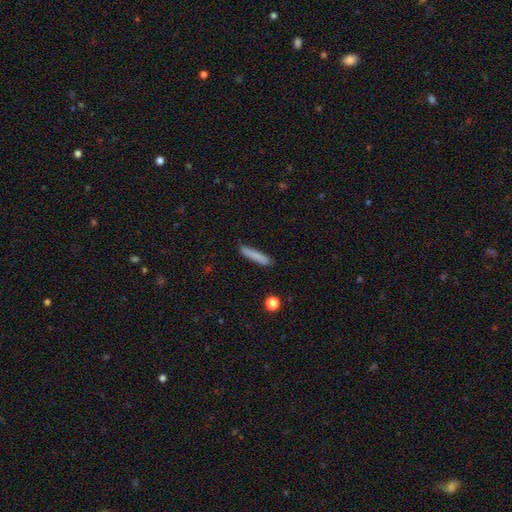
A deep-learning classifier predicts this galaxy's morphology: smooth-or-featured: smooth: 82% | featured or disk: 11% | star or artifact: 7%
  how-rounded: cigar-shaped: 92% | in between: 6% | round: 1%
  merging: none: 86% | minor disturbance: 10% | major disturbance: 2% | merger: 2%